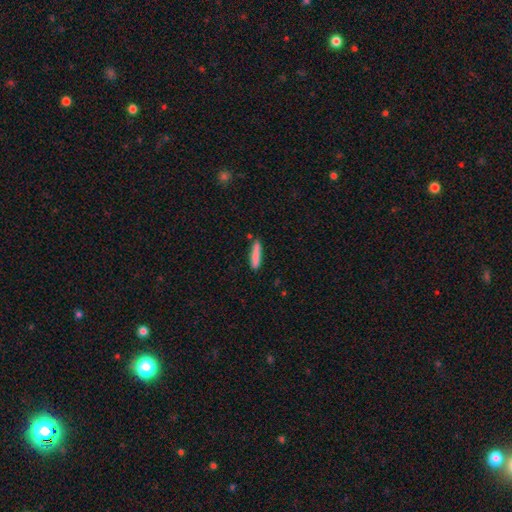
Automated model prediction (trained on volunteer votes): This appears to be a smooth galaxy with no disk features (84%) that is cigar-shaped (89%). Merging: none (81%).